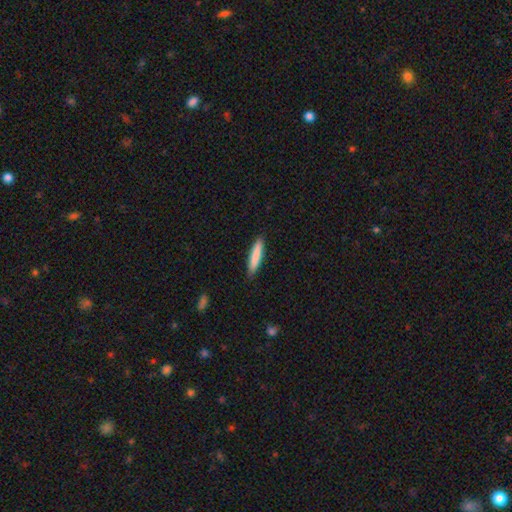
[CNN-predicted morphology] Smooth or featured? Predicted: smooth (p=0.84). How rounded? Predicted: cigar-shaped (p=0.88). Merging? Predicted: none (p=0.88).